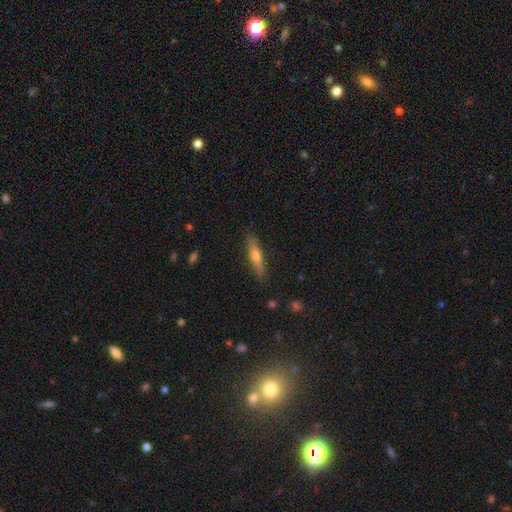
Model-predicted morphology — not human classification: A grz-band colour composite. It shows a smooth galaxy with no disk features (51%) that is cigar-shaped (83%). Merging: none (87%).